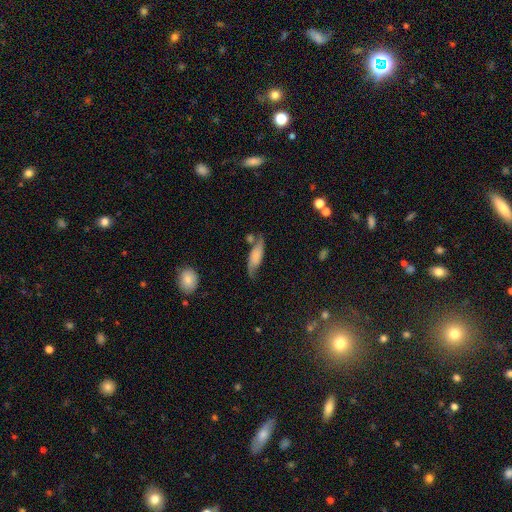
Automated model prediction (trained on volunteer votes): smooth 53%, featured or disk 39%, star or artifact 8%. Down the decision tree: how rounded — in between (57%); merging — none (54%).